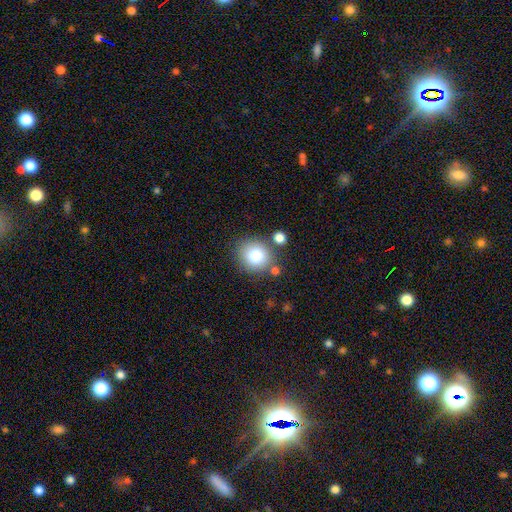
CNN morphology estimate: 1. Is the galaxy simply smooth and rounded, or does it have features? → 79% smooth, 10% star or artifact, 10% featured or disk.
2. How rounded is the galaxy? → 78% round, 21% in between, 1% cigar-shaped.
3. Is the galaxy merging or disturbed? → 75% none, 12% minor disturbance, 9% merger, 4% major disturbance.